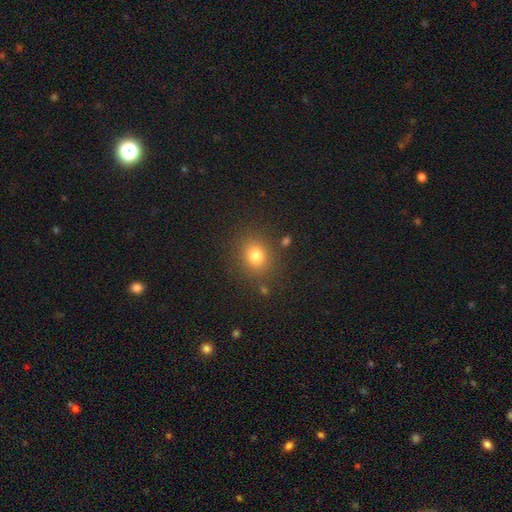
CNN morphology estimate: Overall: smooth (78%). How rounded: round (70%). Merging: none (84%).